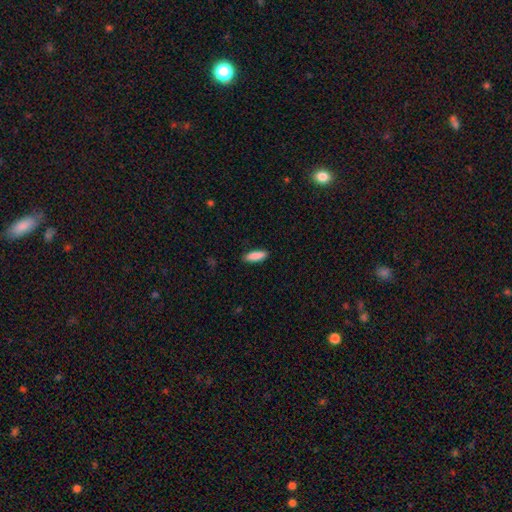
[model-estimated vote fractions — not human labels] This is clearly a smooth galaxy (89%). How rounded: possibly in between (55%). Merging: clearly none (88%).